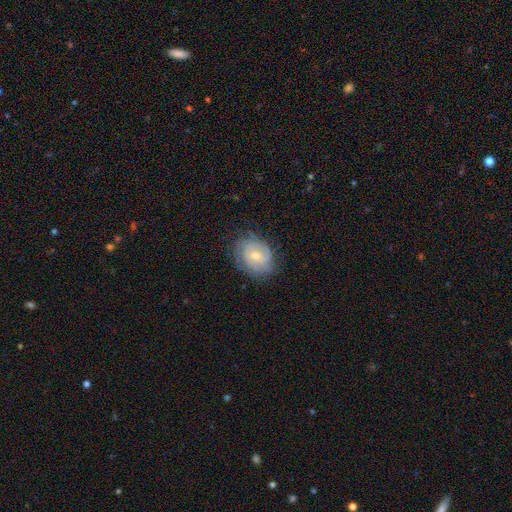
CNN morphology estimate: Overall: featured or disk (62%; smooth 31%). Edge-on disk: no (97%). Bar: no (51%; weak 42%). Spiral arms: yes (84%). Spiral arm count: can't tell (44%; 2 30%). Spiral winding: tight (61%; medium 29%). Bulge size: small (50%; moderate 46%). Merging: none (72%).